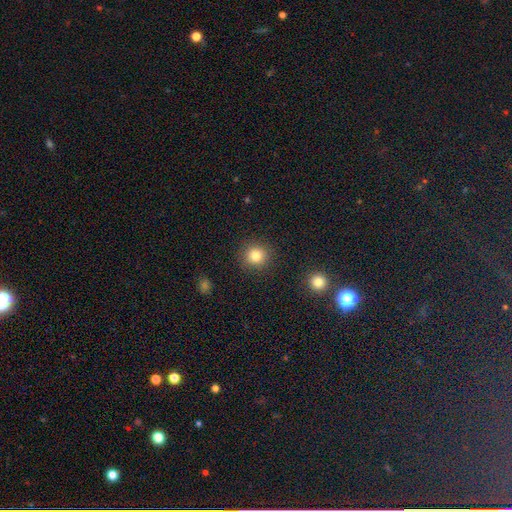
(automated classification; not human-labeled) smooth-or-featured: smooth: 82% | star or artifact: 12% | featured or disk: 6%
  how-rounded: round: 92% | in between: 7% | cigar-shaped: 1%
  merging: none: 90% | minor disturbance: 6% | major disturbance: 3% | merger: 2%